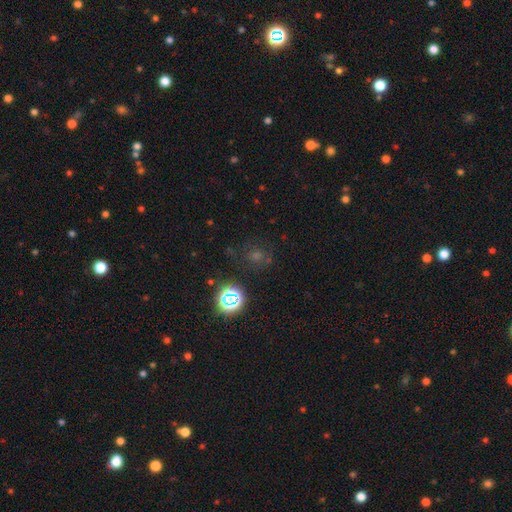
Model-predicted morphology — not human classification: type=star or artifact (52%).